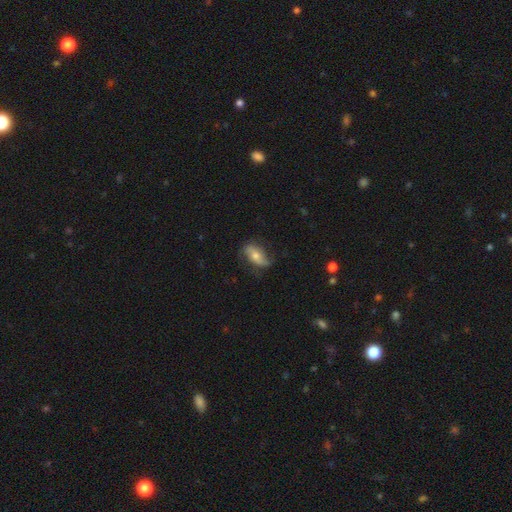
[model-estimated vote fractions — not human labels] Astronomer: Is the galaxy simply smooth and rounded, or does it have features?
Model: featured or disk — 60%.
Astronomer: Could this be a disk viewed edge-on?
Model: no — 88%.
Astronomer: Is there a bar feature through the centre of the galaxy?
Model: no — 49% (runner-up: weak, 28%).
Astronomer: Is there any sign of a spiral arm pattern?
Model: yes — 84%.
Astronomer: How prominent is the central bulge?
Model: moderate — 59%.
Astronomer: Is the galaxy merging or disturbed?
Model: none — 64%.